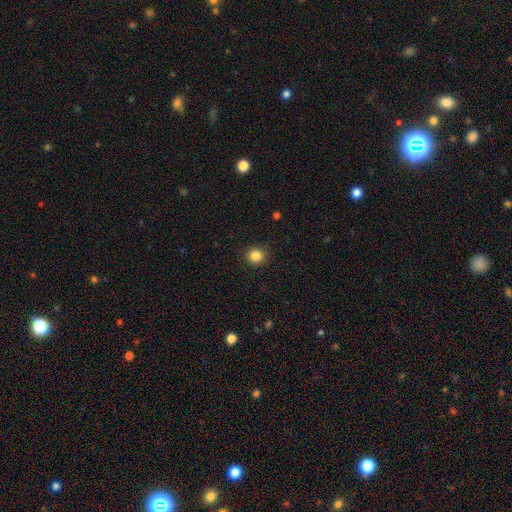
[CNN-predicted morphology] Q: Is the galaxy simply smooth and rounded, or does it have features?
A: smooth — 84%.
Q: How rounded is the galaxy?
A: round — 92%.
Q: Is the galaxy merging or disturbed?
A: none — 91%.